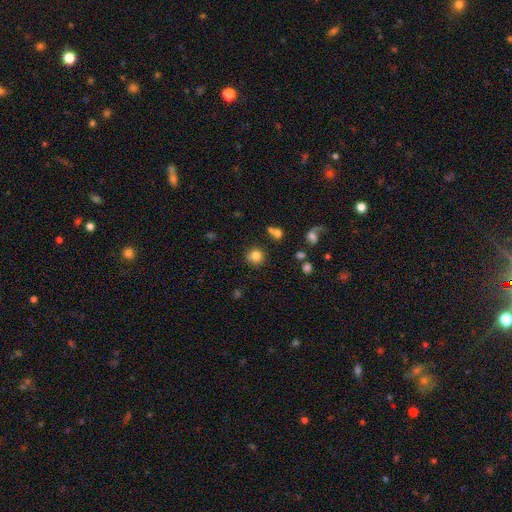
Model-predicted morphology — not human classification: Overall: smooth (82%). How rounded: round (92%). Merging: none (84%).